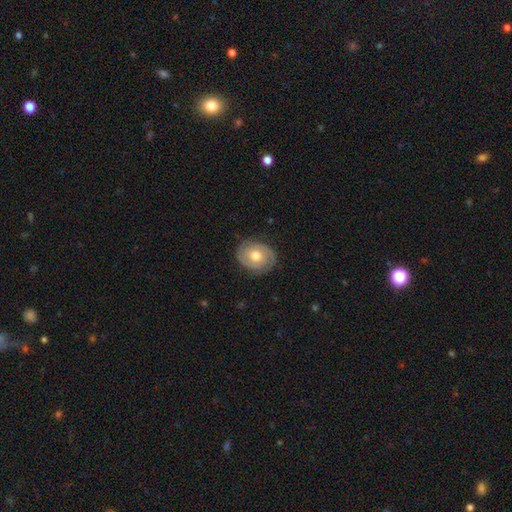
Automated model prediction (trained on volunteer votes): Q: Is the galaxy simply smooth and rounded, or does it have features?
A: featured or disk — 70%.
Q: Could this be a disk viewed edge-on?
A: no — 97%.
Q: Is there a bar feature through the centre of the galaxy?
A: no — 75%.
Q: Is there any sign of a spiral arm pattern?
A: yes — 87%.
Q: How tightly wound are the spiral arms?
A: tight — 63%.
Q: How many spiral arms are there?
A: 2 — 84%.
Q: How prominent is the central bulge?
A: moderate — 78%.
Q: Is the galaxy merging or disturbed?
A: none — 84%.